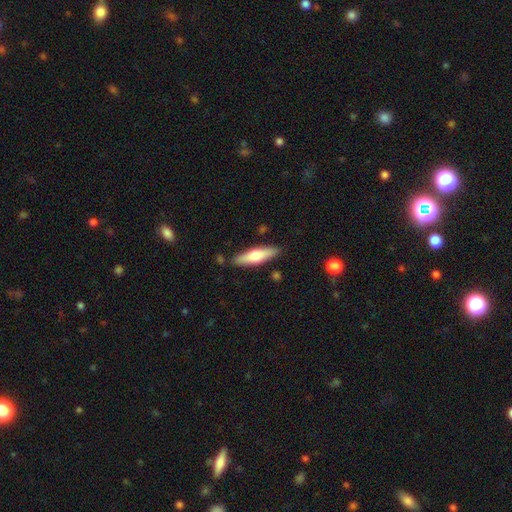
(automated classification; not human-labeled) This appears to be a smooth galaxy with no disk features (58%) that is cigar-shaped (64%). Merging: none (86%).